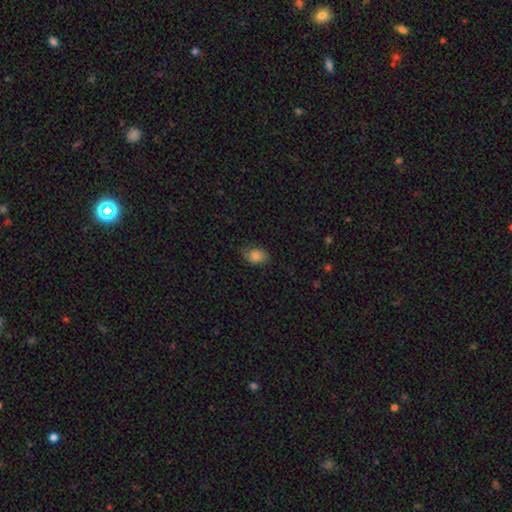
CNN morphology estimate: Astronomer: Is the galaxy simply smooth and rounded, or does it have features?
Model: smooth — 78%.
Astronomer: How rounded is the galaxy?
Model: in between — 79%.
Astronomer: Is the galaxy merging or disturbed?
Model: none — 67%.